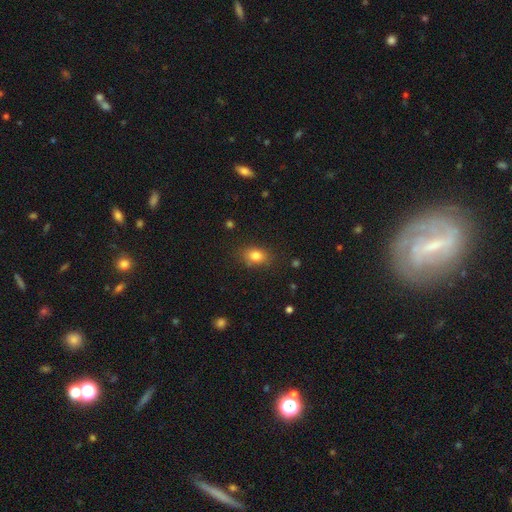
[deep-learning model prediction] This is clearly a smooth galaxy (81%). How rounded: likely in between (71%). Merging: clearly none (81%).